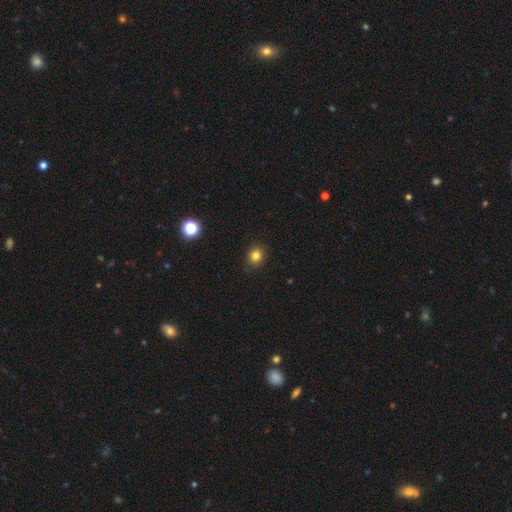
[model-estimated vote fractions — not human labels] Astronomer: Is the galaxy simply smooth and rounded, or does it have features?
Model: smooth — 81%.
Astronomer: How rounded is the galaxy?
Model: round — 77%.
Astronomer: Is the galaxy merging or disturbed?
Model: none — 90%.